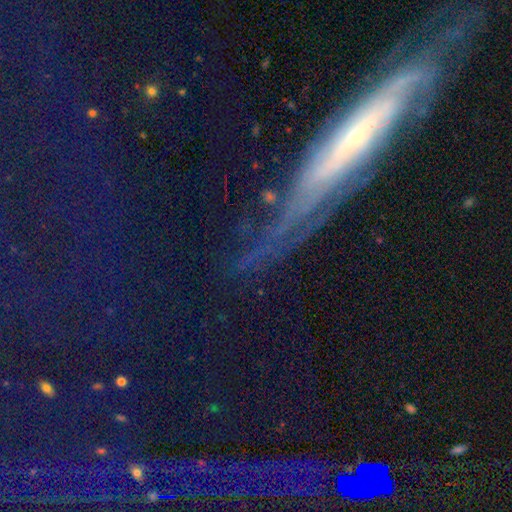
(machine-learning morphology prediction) Smooth or featured? featured or disk (39%)
Merging? none (70%)